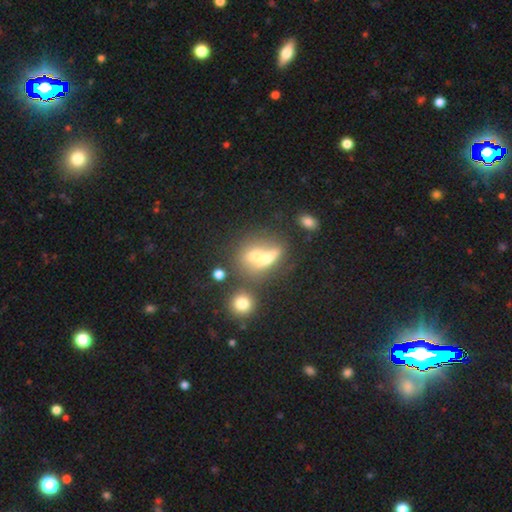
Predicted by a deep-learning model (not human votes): This is likely a smooth galaxy (60%). How rounded: possibly round (52%). Merging: possibly merger (55%).